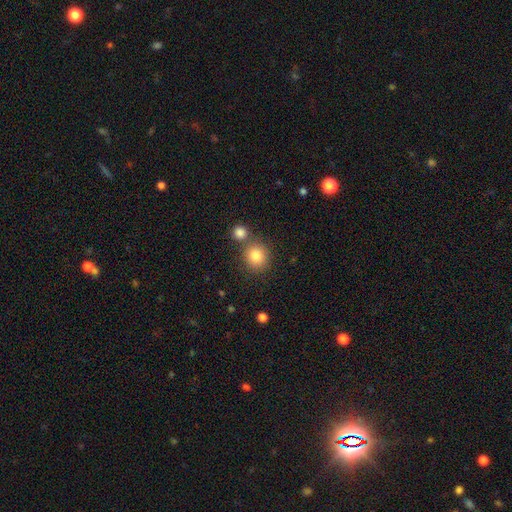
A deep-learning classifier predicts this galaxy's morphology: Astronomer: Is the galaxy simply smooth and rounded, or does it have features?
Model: smooth — 83%.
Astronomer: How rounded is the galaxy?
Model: round — 87%.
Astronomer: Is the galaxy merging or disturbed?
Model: none — 69%.